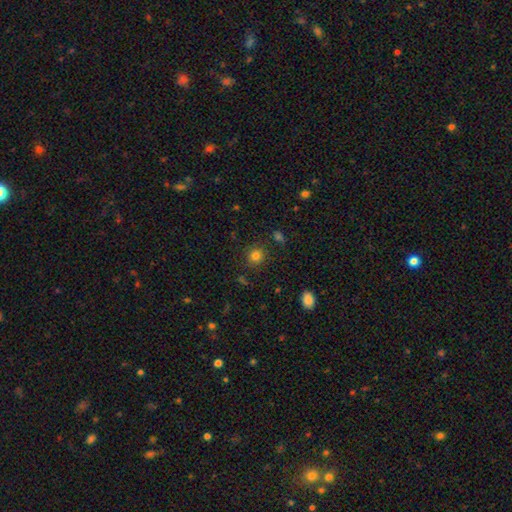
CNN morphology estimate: The model was most divided on "smooth or featured": smooth: 80%, star or artifact: 14%, featured or disk: 6%. More confident: how rounded — round (89%); merging — none (86%).